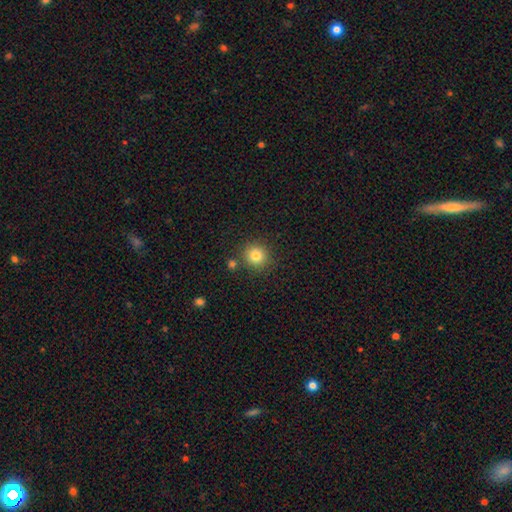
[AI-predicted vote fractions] Overall: smooth (81%). How rounded: round (92%). Merging: none (83%).